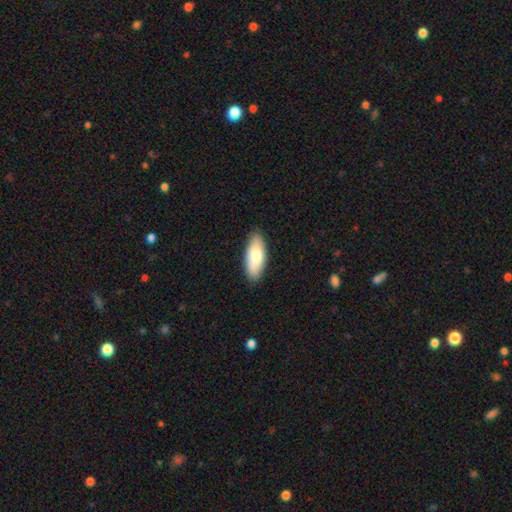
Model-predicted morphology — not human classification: Smooth or featured? Predicted: smooth (p=0.78). How rounded? Predicted: in between (p=0.81). Merging? Predicted: none (p=0.87).